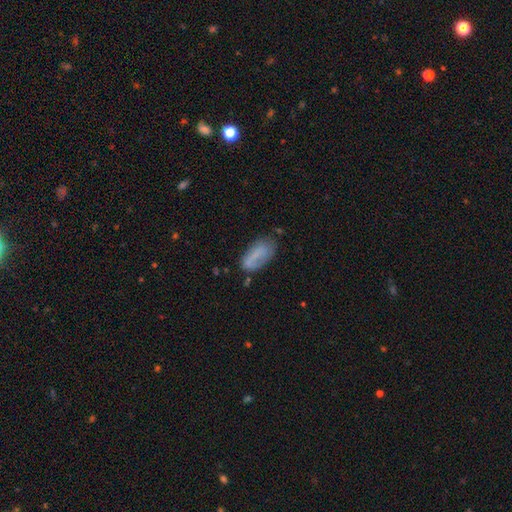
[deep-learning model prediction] Smooth or featured? smooth (66%)
How rounded? in between (87%)
Merging? none (56%)